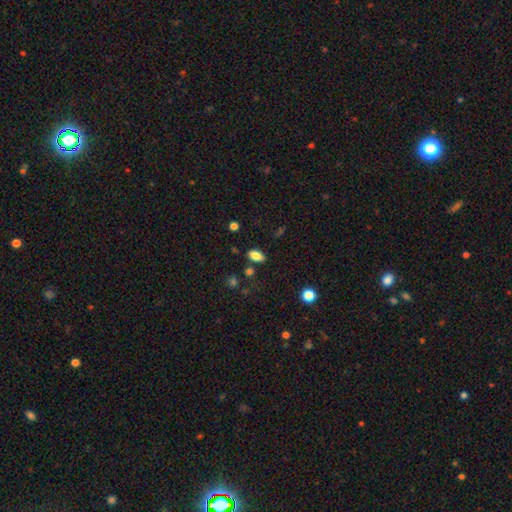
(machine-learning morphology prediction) smooth_or_featured: smooth (p=0.82) [alt: star or artifact p=0.09]
how_rounded: in between (p=0.90) [alt: round p=0.06]
merging: none (p=0.82) [alt: minor disturbance p=0.11]